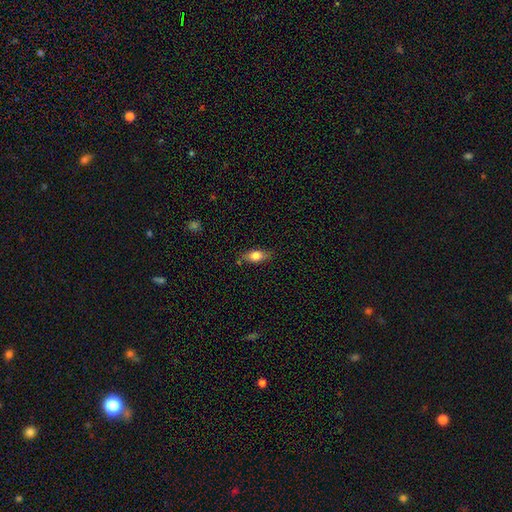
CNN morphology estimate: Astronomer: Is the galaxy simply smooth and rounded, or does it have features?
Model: smooth — 75%.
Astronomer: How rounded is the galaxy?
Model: in between — 79%.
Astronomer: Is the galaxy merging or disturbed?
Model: none — 79%.